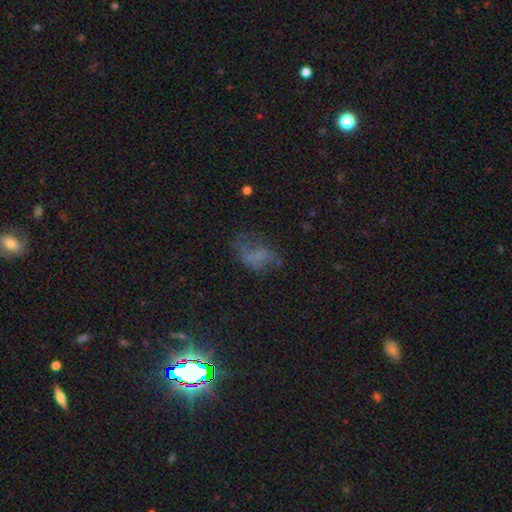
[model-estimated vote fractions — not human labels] A smooth galaxy with no disk features (42%). Merging: none (42%).